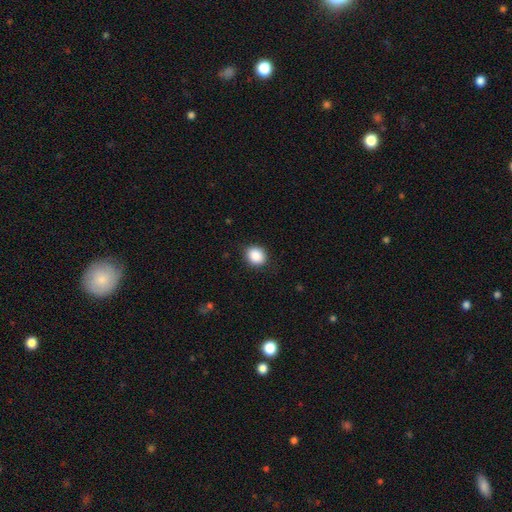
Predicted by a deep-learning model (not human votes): Smooth or featured? smooth (88%)
How rounded? round (68%)
Merging? none (87%)